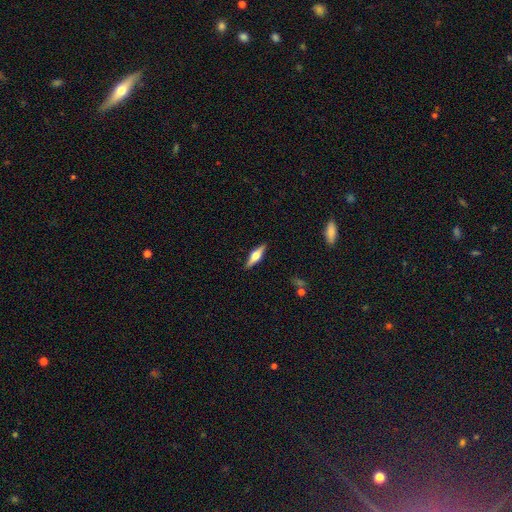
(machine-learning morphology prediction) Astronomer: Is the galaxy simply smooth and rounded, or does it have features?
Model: featured or disk — 61%.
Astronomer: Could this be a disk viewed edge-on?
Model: yes — 96%.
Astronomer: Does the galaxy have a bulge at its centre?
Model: rounded — 92%.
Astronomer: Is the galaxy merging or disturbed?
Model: none — 89%.